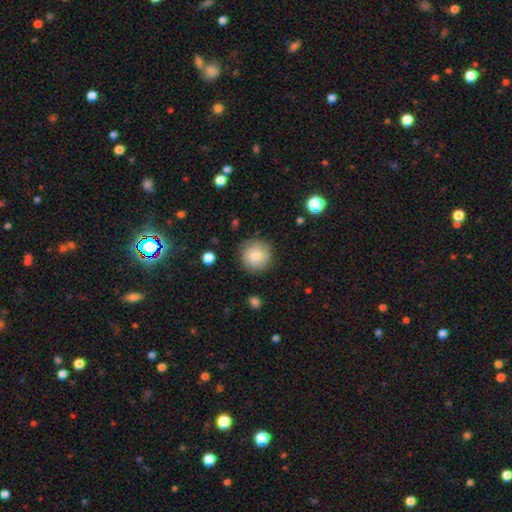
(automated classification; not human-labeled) This appears to be a smooth galaxy with no disk features (65%) that is round (93%). Merging: none (81%).